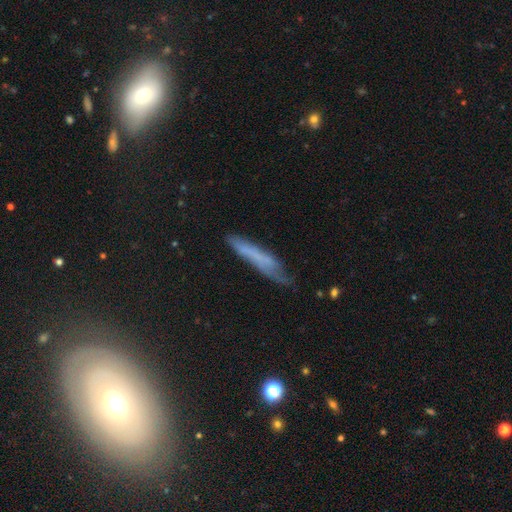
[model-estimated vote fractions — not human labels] This appears to be a smooth galaxy with no disk features (51%) that is cigar-shaped (90%). Merging: none (56%).